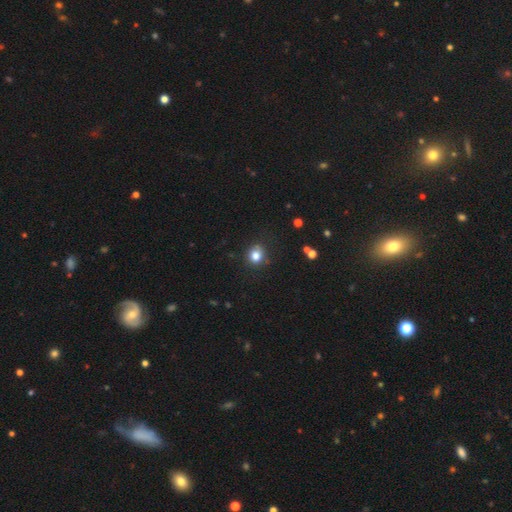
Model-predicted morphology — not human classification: Smooth or featured?
  - smooth: 83% *
  - star or artifact: 11%
  - featured or disk: 6%
How rounded?
  - round: 73% *
  - in between: 26%
  - cigar-shaped: 1%
Merging?
  - none: 80% *
  - minor disturbance: 14%
  - major disturbance: 4%
  - merger: 2%